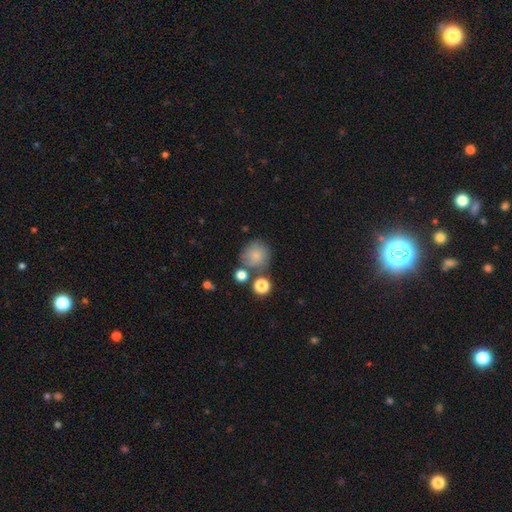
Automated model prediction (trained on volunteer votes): smooth_or_featured: smooth (p=0.79) [alt: featured or disk p=0.11]
how_rounded: round (p=0.90) [alt: in between p=0.09]
merging: none (p=0.64) [alt: merger p=0.15]